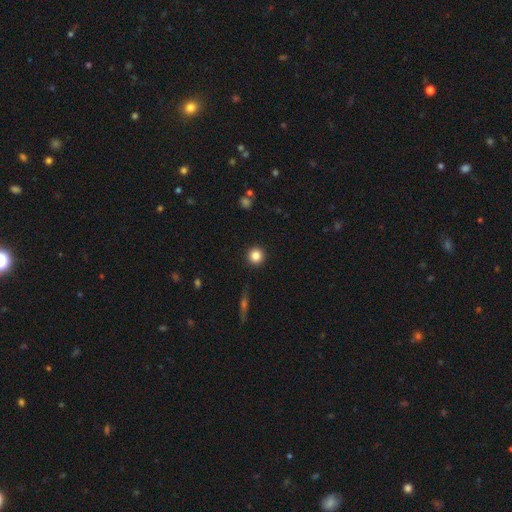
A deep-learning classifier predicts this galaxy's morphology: type=smooth (84%); roundness=round (95%); merging=none (93%).